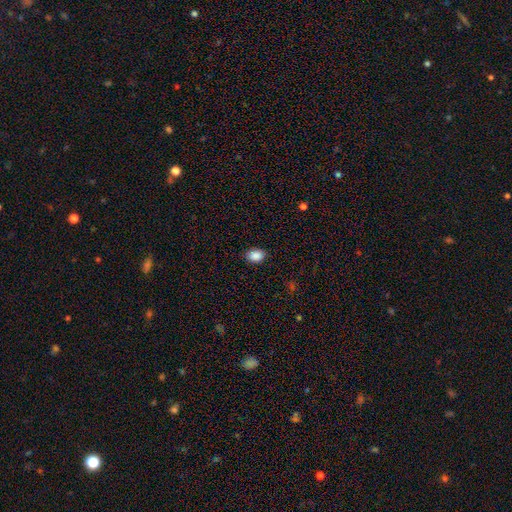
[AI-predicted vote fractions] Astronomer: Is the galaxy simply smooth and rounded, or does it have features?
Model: smooth — 89%.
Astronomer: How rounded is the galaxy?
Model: in between — 74%.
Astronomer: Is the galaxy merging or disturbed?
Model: none — 87%.